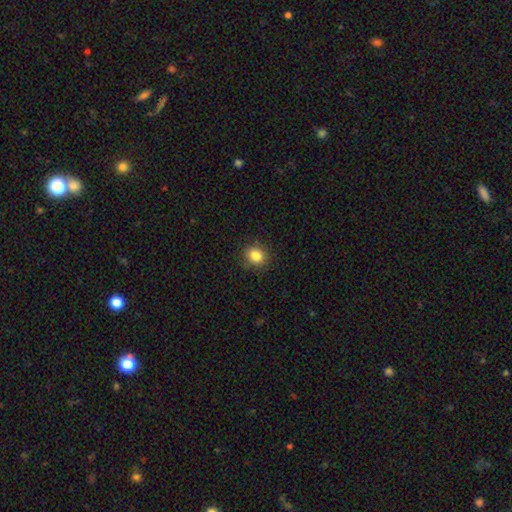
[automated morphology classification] Smooth or featured? smooth (84%)
How rounded? round (69%)
Merging? none (88%)